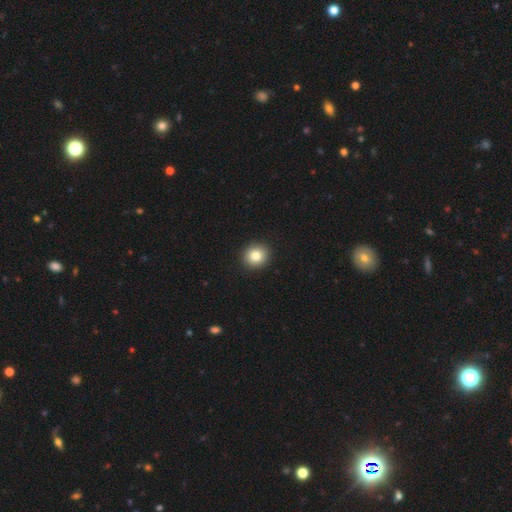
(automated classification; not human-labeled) Overall: smooth (82%). How rounded: round (87%). Merging: none (93%).